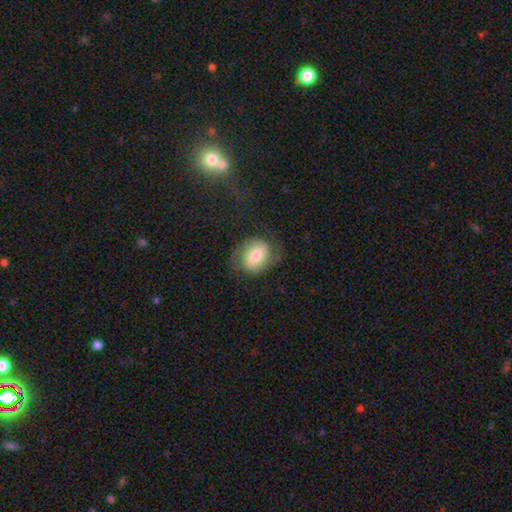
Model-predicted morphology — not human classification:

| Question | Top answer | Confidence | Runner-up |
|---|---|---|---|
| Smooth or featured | featured or disk | 48% | smooth (44%) |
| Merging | none | 67% | minor disturbance (17%) |